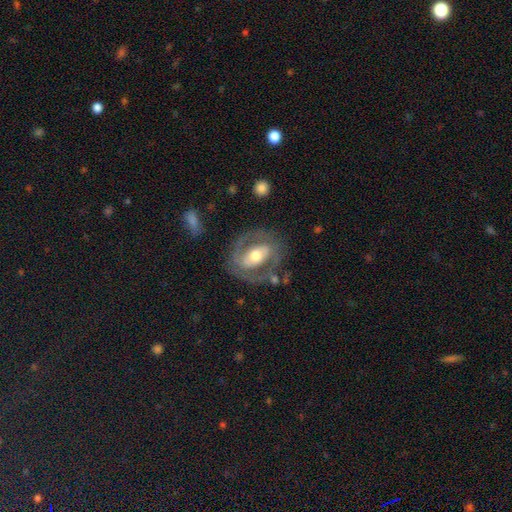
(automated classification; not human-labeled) A featured or disk galaxy (72%) with a strong bar (36%), spiral arms (65%) and a moderate central bulge (67%). Merging: none (69%).